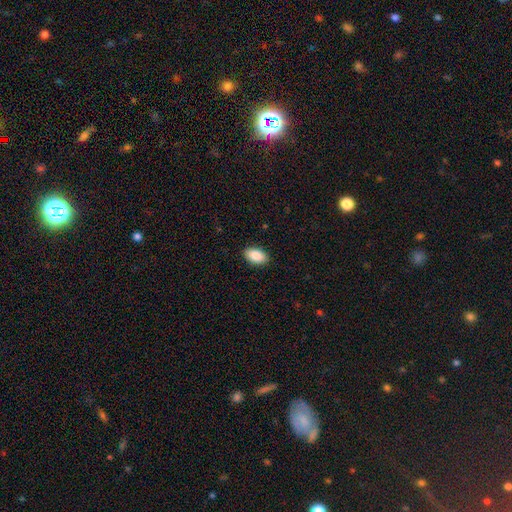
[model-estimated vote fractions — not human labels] The model was most divided on "smooth or featured": smooth: 88%, star or artifact: 7%, featured or disk: 6%. More confident: how rounded — in between (93%); merging — none (90%).